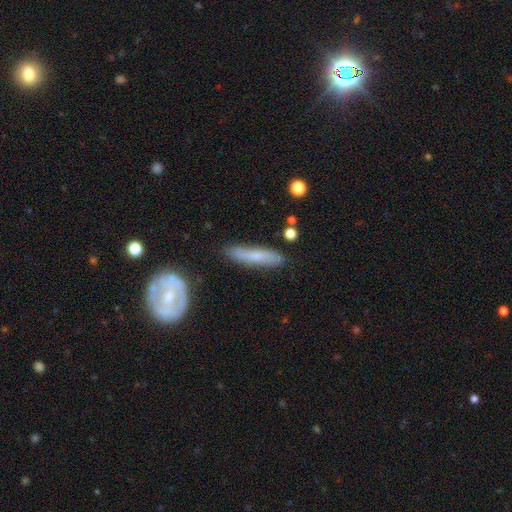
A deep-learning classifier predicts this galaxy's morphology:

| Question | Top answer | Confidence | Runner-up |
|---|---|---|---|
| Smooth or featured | smooth | 56% | featured or disk (37%) |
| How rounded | cigar-shaped | 86% | in between (12%) |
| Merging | none | 82% | minor disturbance (13%) |